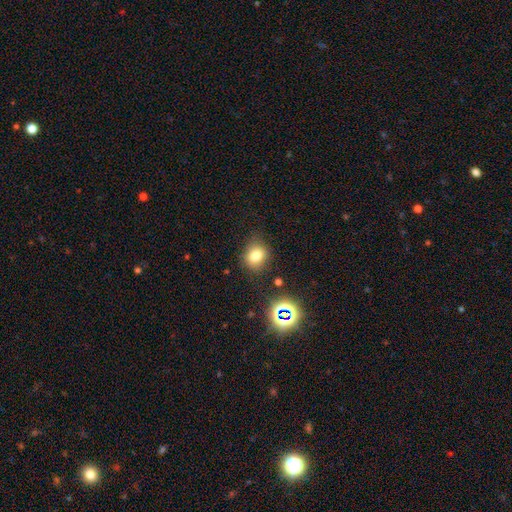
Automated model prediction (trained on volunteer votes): smooth_or_featured: smooth (p=0.77) [alt: star or artifact p=0.15]
how_rounded: round (p=0.59) [alt: in between p=0.39]
merging: none (p=0.76) [alt: minor disturbance p=0.17]